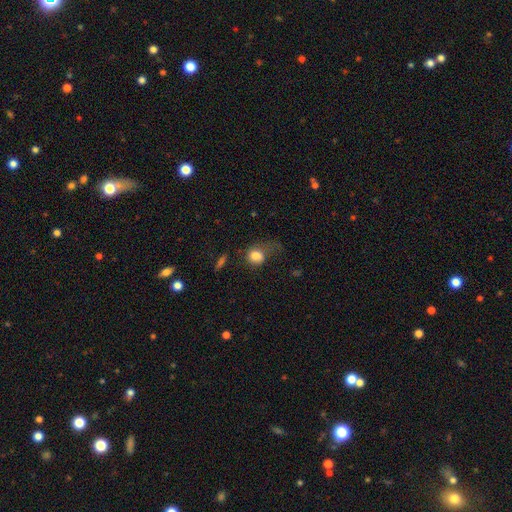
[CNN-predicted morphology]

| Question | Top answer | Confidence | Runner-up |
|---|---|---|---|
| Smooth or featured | smooth | 79% | featured or disk (11%) |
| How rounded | round | 63% | in between (35%) |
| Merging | major disturbance | 44% | none (28%) |